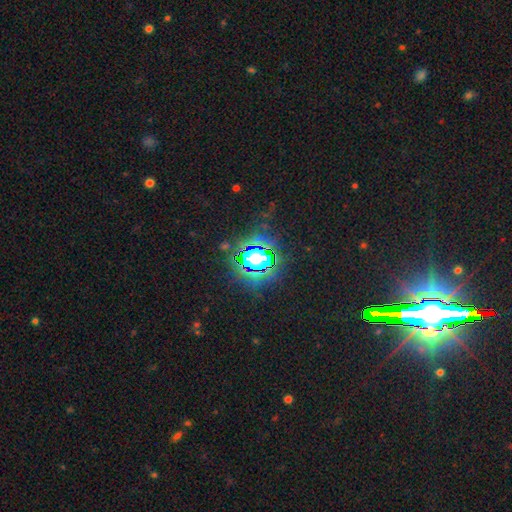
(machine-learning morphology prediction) Overall: star or artifact (83%).